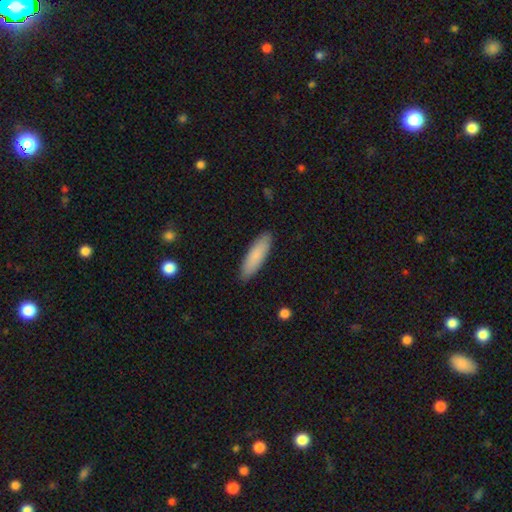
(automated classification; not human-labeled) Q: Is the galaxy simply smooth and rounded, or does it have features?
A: smooth — 85%.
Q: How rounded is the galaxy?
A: cigar-shaped — 61%.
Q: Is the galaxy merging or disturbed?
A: none — 90%.